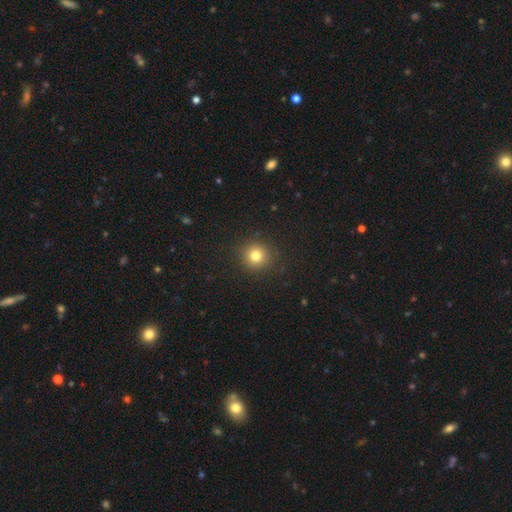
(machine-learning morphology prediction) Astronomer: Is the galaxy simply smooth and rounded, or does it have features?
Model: smooth — 79%.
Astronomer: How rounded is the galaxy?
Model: round — 94%.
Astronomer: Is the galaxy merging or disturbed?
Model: none — 91%.